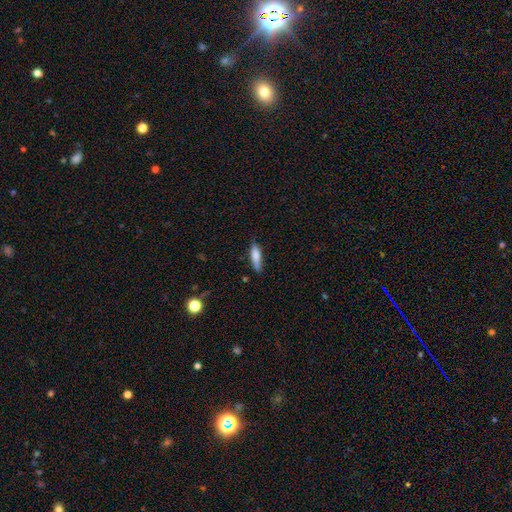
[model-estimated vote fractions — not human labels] smooth 75%, featured or disk 18%, star or artifact 7%. Down the decision tree: how rounded — cigar-shaped (67%); merging — none (76%).